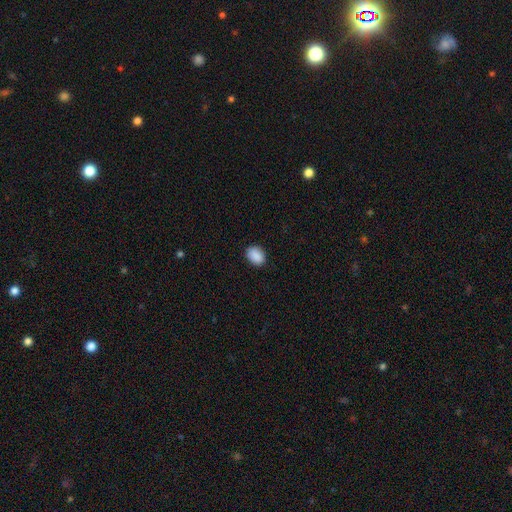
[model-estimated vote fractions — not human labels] Smooth or featured?
  - smooth: 90% *
  - star or artifact: 7%
  - featured or disk: 3%
How rounded?
  - in between: 69% *
  - round: 30%
  - cigar-shaped: 1%
Merging?
  - none: 88% *
  - minor disturbance: 9%
  - major disturbance: 2%
  - merger: 1%